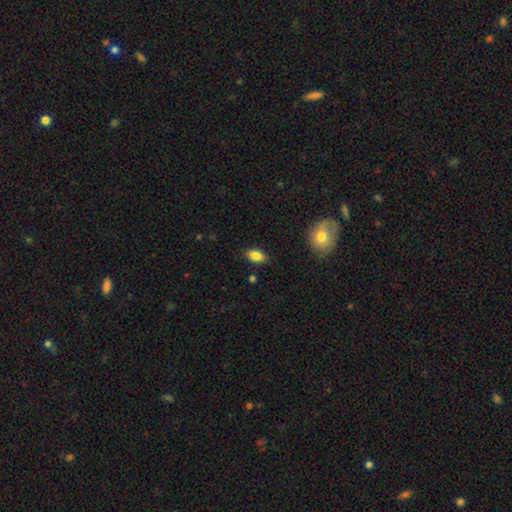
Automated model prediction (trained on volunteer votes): A smooth galaxy with no disk features (82%) that is in between round and cigar-shaped (89%). Merging: none (85%).